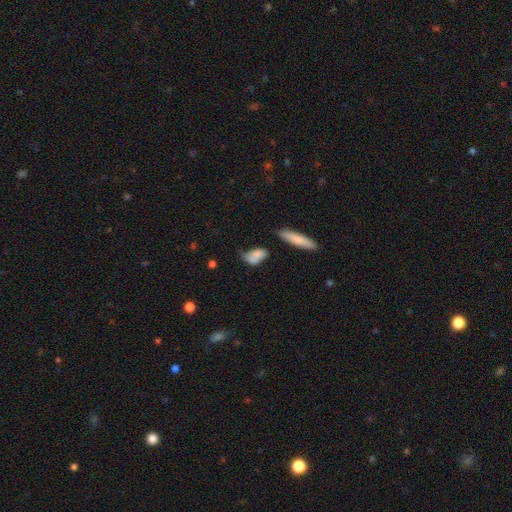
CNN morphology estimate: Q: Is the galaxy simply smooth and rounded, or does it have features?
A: smooth — 72%.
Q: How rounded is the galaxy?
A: in between — 83%.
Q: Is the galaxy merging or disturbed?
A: none — 37%.